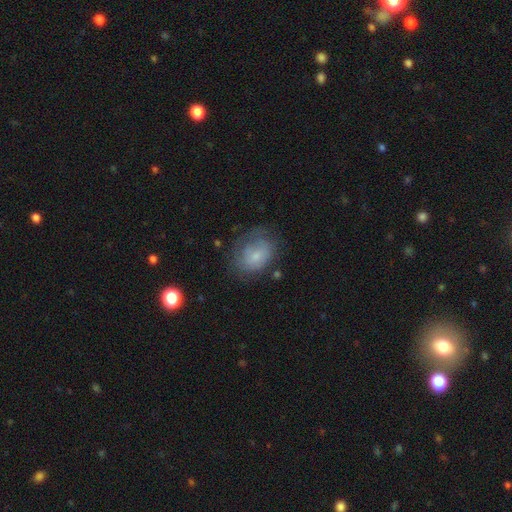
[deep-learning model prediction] Morphology: type=smooth (62%); roundness=in between (60%); merging=none (56%).